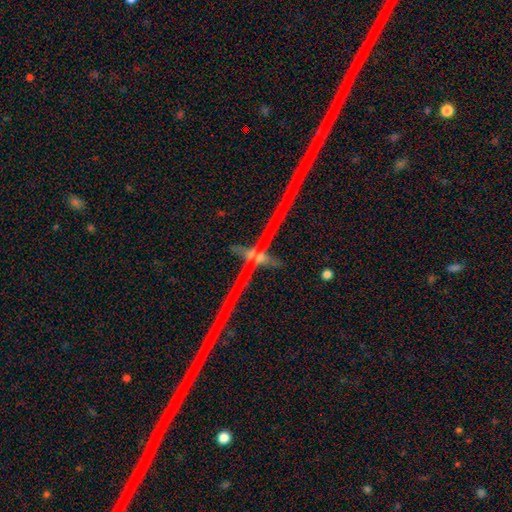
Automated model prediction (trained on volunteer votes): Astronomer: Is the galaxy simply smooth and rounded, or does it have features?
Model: star or artifact — 59% (runner-up: featured or disk, 35%).